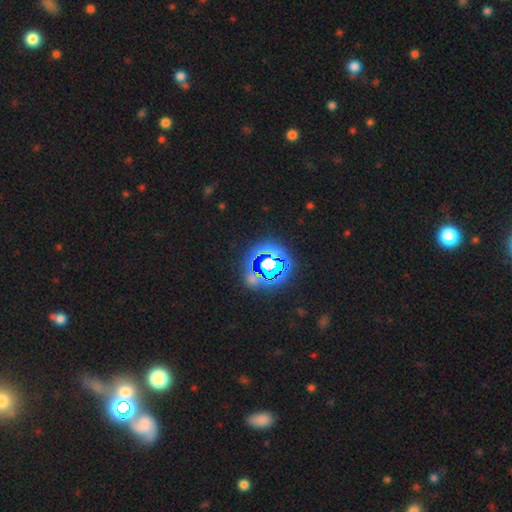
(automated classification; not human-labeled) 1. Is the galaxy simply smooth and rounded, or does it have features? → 79% star or artifact, 13% smooth, 8% featured or disk.